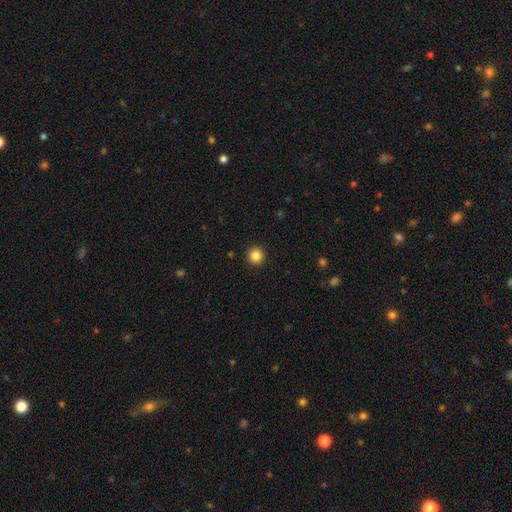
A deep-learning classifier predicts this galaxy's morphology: Overall: smooth (85%). How rounded: round (95%). Merging: none (93%).